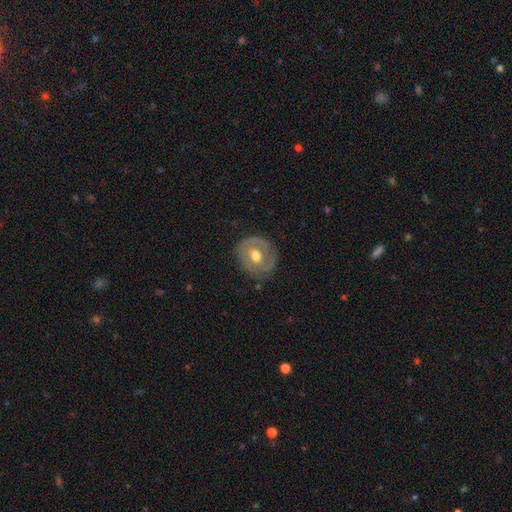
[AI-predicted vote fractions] This is possibly a featured or disk galaxy (56%). It is clearly not viewed edge-on (95%). Bar: likely no (61%). Spiral arm pattern: likely no (63%). Central bulge: likely moderate (76%). Merging: likely none (76%).